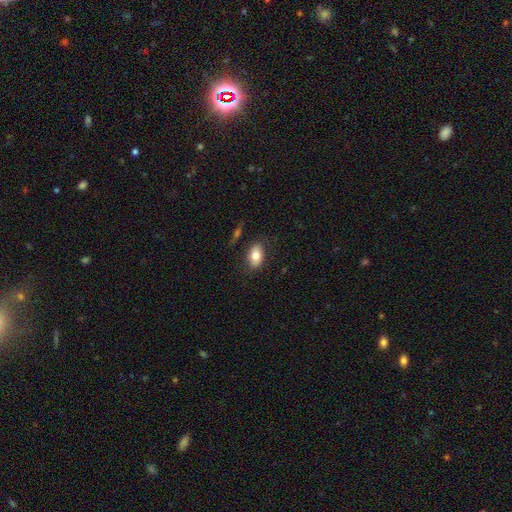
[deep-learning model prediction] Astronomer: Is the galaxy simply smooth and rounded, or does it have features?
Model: smooth — 78%.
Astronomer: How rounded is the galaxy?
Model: in between — 89%.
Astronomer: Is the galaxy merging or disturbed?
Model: none — 82%.